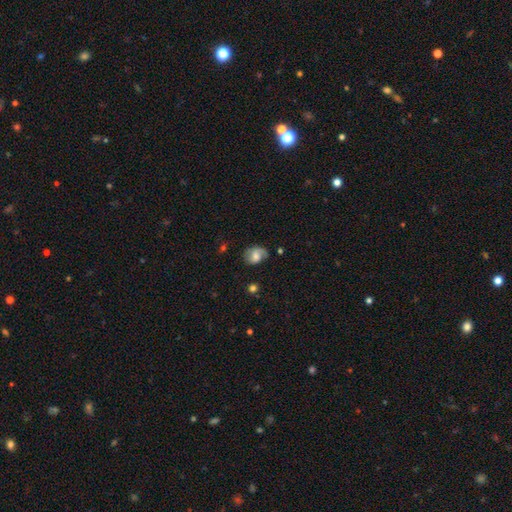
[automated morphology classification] smooth-or-featured: smooth: 57% | featured or disk: 34% | star or artifact: 9%
  how-rounded: in between: 64% | round: 35% | cigar-shaped: 1%
  merging: none: 54% | minor disturbance: 31% | major disturbance: 13% | merger: 2%